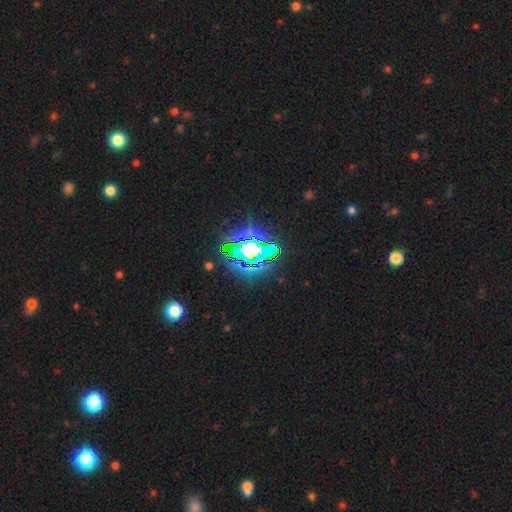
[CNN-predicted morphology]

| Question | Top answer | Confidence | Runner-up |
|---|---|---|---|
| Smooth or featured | star or artifact | 68% | featured or disk (17%) |